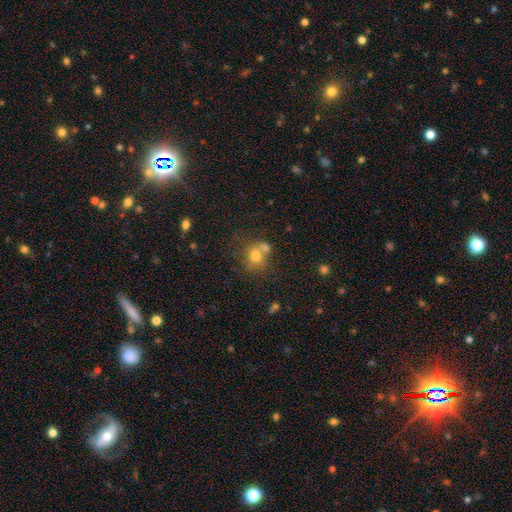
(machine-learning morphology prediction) The model was most divided on "merging": none: 44%, merger: 39%, minor disturbance: 12%, major disturbance: 6%. More confident: how rounded — round (73%); smooth or featured — smooth (71%).